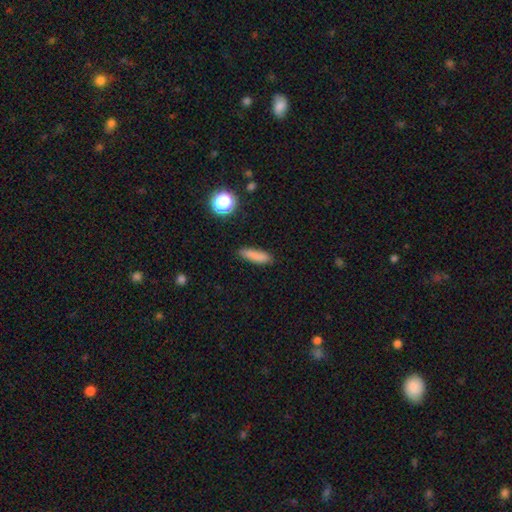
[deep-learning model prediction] This appears to be a smooth galaxy with no disk features (81%) that is cigar-shaped (68%). Merging: none (83%).